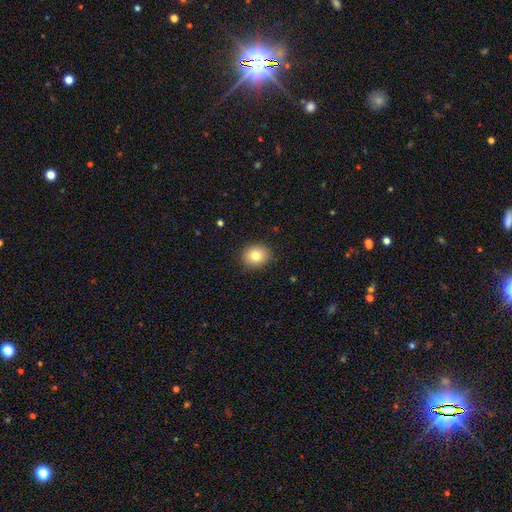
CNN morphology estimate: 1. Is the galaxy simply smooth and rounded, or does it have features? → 80% smooth, 10% star or artifact, 10% featured or disk.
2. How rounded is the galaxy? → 70% round, 29% in between, 1% cigar-shaped.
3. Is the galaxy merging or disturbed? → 89% none, 8% minor disturbance, 2% major disturbance, 1% merger.